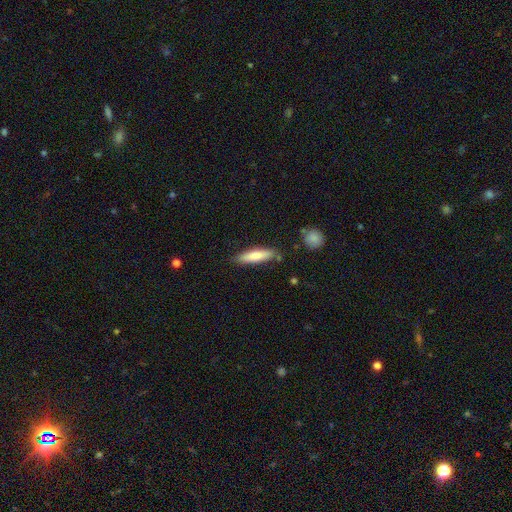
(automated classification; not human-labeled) smooth_or_featured: smooth (p=0.76) [alt: featured or disk p=0.18]
how_rounded: cigar-shaped (p=0.74) [alt: in between p=0.24]
merging: none (p=0.83) [alt: minor disturbance p=0.12]